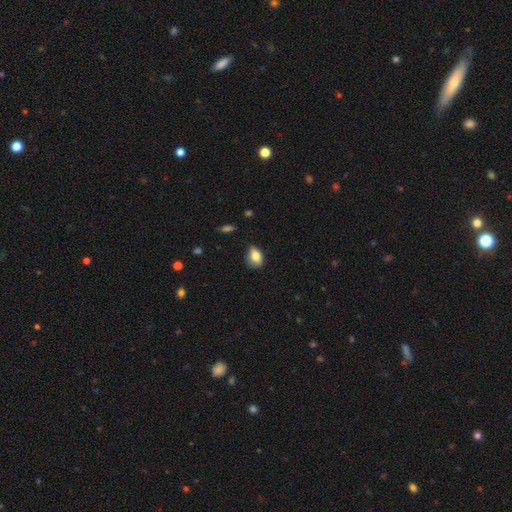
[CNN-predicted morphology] Overall: smooth (80%). How rounded: in between (78%). Merging: none (56%; minor disturbance 35%).